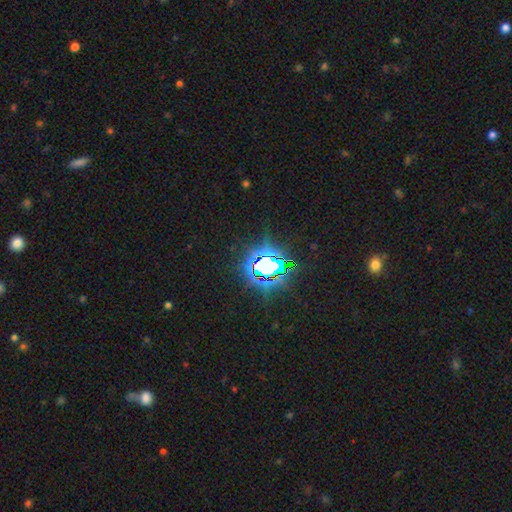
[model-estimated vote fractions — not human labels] A star or artifact, not a galaxy (83%).